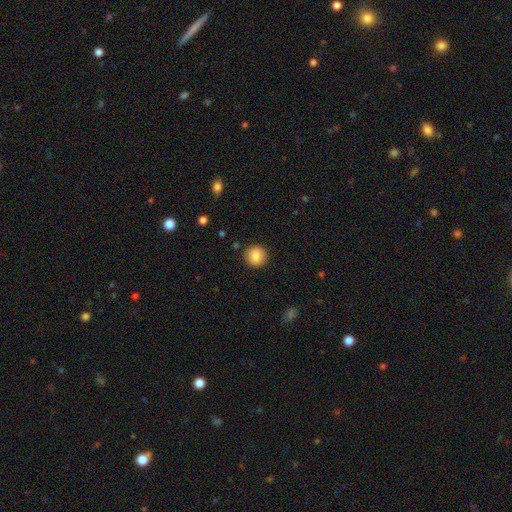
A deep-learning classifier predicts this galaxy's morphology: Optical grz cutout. It shows a smooth galaxy with no disk features (85%) that is round (94%). Merging: none (90%).